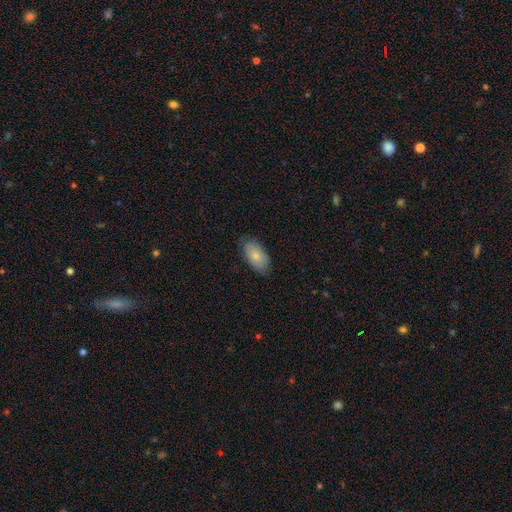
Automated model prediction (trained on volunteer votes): Smooth or featured? smooth (80%)
How rounded? in between (94%)
Merging? none (78%)